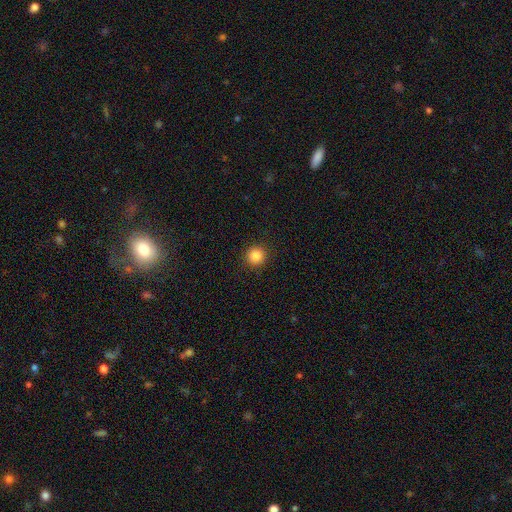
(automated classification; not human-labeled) A smooth galaxy with no disk features (86%) that is round (94%). Merging: none (92%).